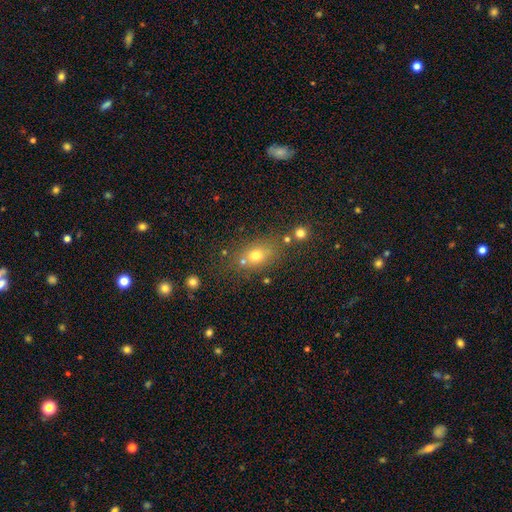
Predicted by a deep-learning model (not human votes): Overall: smooth (70%). How rounded: in between (59%; round 38%). Merging: none (67%).